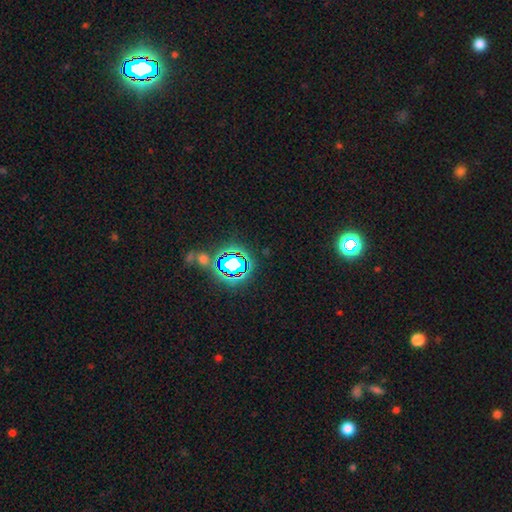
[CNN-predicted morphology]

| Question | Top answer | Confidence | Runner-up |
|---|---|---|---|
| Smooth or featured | star or artifact | 80% | smooth (12%) |